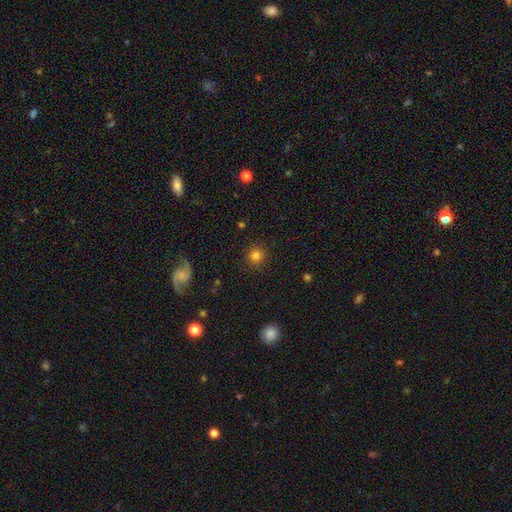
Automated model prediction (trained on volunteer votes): This is clearly a smooth galaxy (81%). How rounded: clearly round (91%). Merging: clearly none (88%).